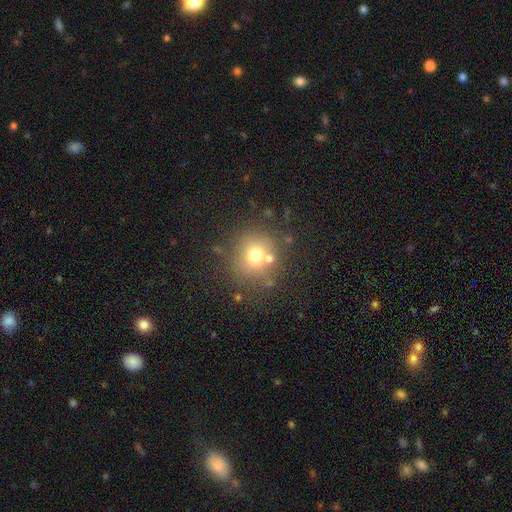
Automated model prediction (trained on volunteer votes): Morphology: type=smooth (67%); roundness=round (85%); merging=none (69%).